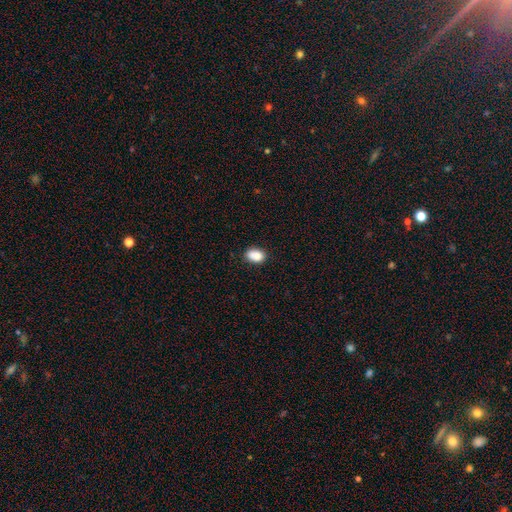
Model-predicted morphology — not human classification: The model was most divided on "merging": none: 67%, minor disturbance: 19%, merger: 10%, major disturbance: 4%. More confident: smooth or featured — smooth (85%); how rounded — in between (79%).